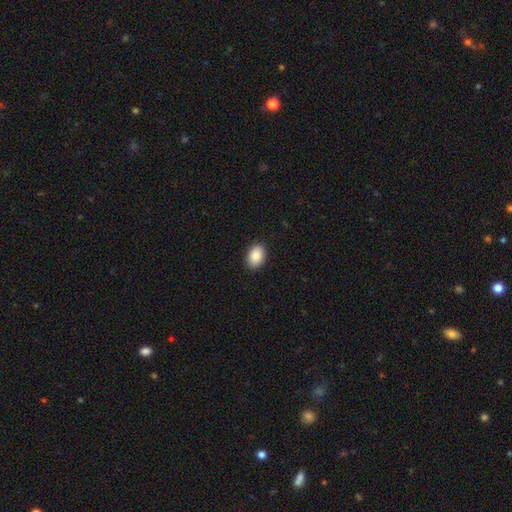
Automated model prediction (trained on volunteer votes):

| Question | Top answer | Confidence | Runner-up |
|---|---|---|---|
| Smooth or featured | smooth | 89% | star or artifact (7%) |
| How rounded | in between | 84% | round (15%) |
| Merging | none | 90% | minor disturbance (7%) |